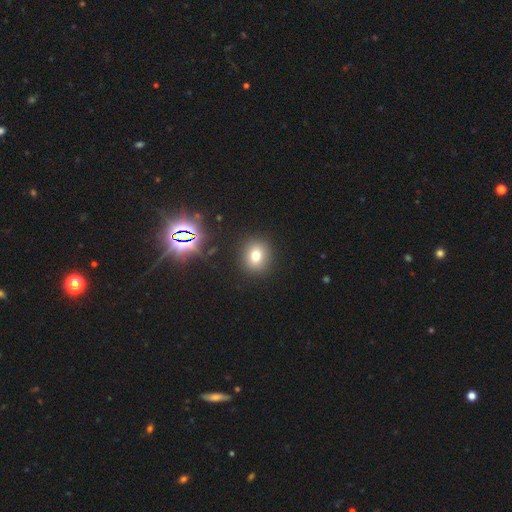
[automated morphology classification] This appears to be a smooth galaxy with no disk features (72%) that is round (81%). Merging: none (90%).